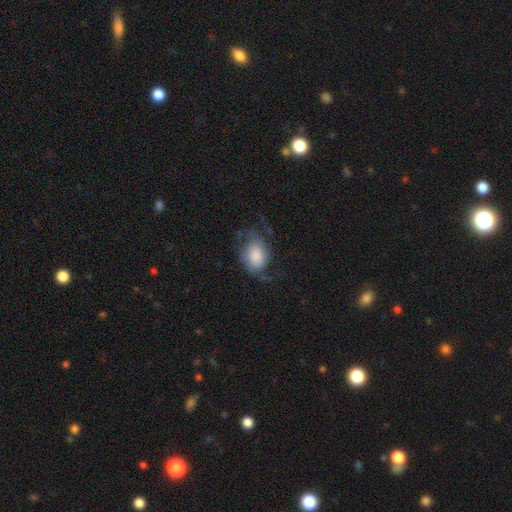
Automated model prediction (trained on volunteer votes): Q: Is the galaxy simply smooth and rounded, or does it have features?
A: featured or disk — 48%.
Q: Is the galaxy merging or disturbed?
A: none — 47%.